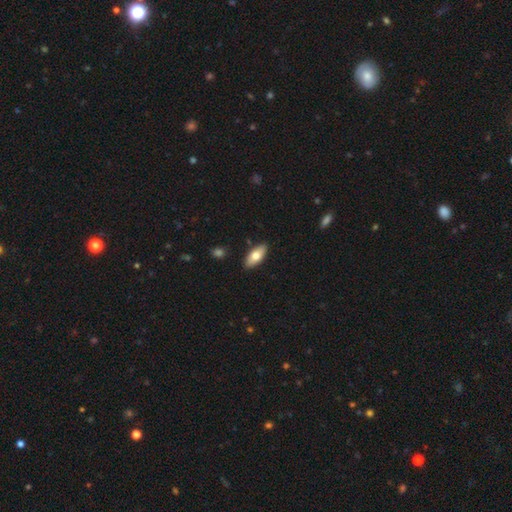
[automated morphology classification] Smooth or featured?
  - smooth: 72% *
  - featured or disk: 22%
  - star or artifact: 6%
How rounded?
  - in between: 83% *
  - cigar-shaped: 15%
  - round: 2%
Merging?
  - none: 88% *
  - minor disturbance: 8%
  - major disturbance: 2%
  - merger: 2%